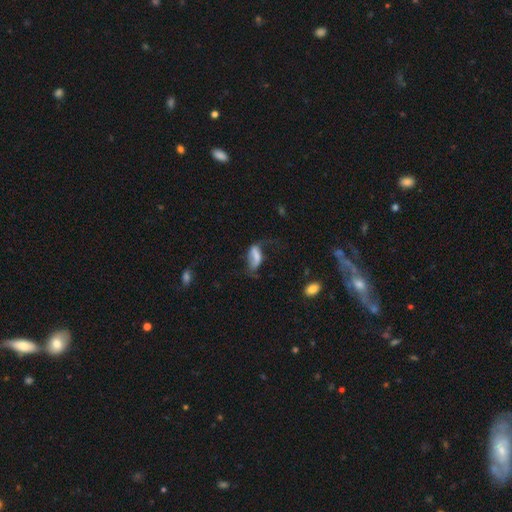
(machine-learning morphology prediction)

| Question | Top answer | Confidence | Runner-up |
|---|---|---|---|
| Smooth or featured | smooth | 50% | featured or disk (41%) |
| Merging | major disturbance | 36% | none (34%) |